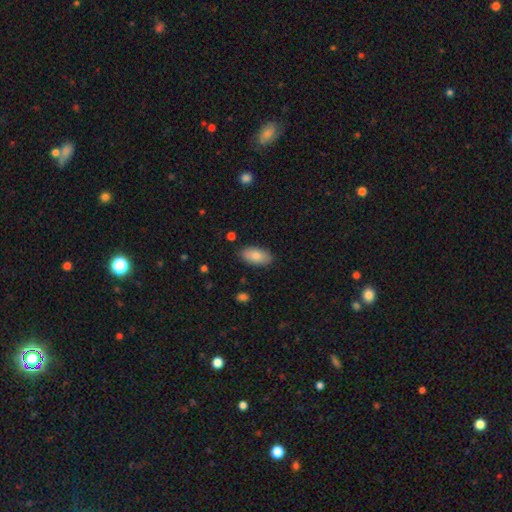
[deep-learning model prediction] Smooth or featured? Predicted: smooth (p=0.81). How rounded? Predicted: in between (p=0.93). Merging? Predicted: none (p=0.86).